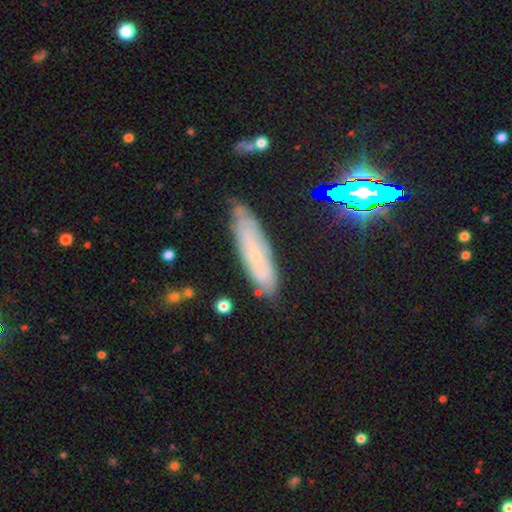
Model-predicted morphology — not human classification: smooth-or-featured: featured or disk: 45% | smooth: 42% | star or artifact: 13%
  merging: none: 75% | minor disturbance: 19% | major disturbance: 4% | merger: 2%